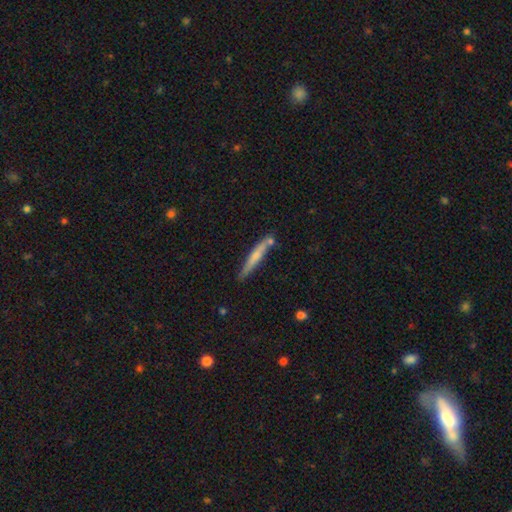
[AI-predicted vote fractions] This is possibly a smooth galaxy (58%). How rounded: clearly cigar-shaped (94%). Merging: likely none (73%).